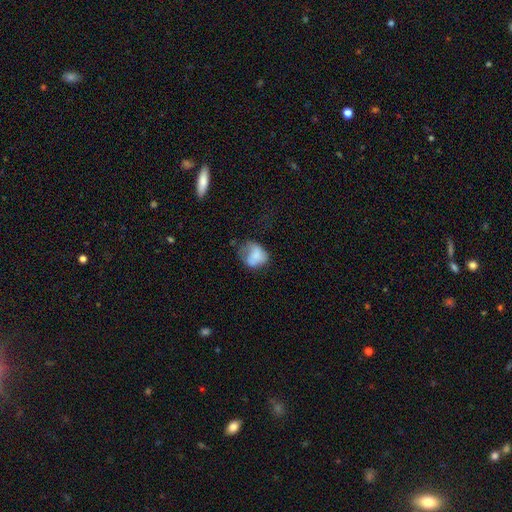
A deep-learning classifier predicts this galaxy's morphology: type=smooth (69%); roundness=round (51%); merging=none (34%).